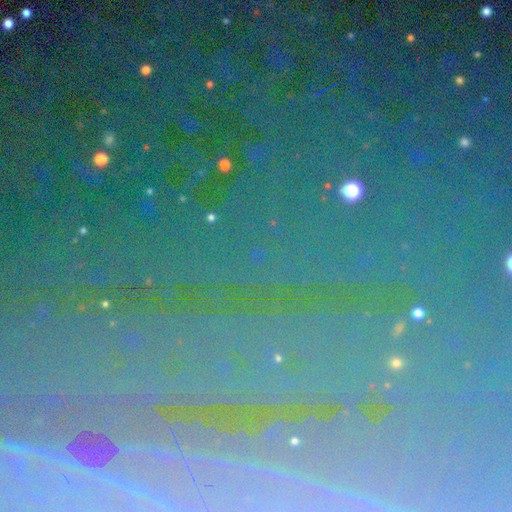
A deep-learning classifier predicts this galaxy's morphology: The model was most divided on "smooth or featured": star or artifact: 80%, smooth: 11%, featured or disk: 10%.